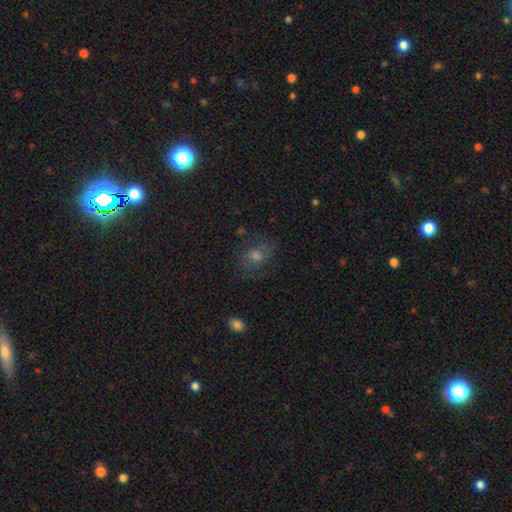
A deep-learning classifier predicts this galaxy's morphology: Smooth or featured? smooth (48%)
Merging? none (70%)